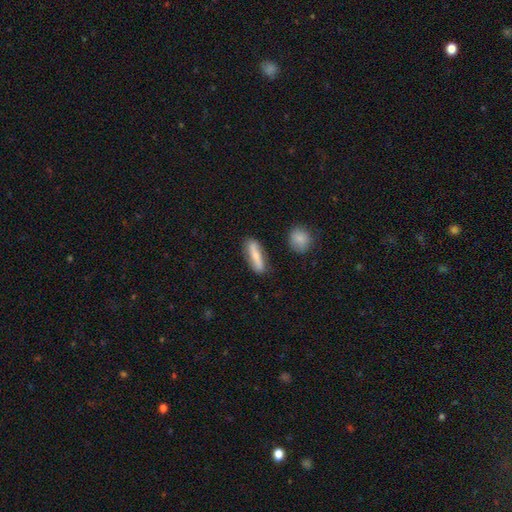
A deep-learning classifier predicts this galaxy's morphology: Overall: smooth (66%; featured or disk 28%). How rounded: cigar-shaped (63%; in between 34%). Merging: none (81%).